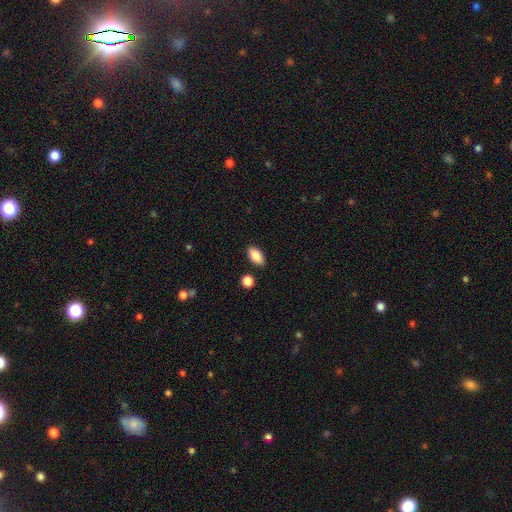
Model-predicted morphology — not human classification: A smooth galaxy with no disk features (87%) that is in between round and cigar-shaped (92%). Merging: none (87%).